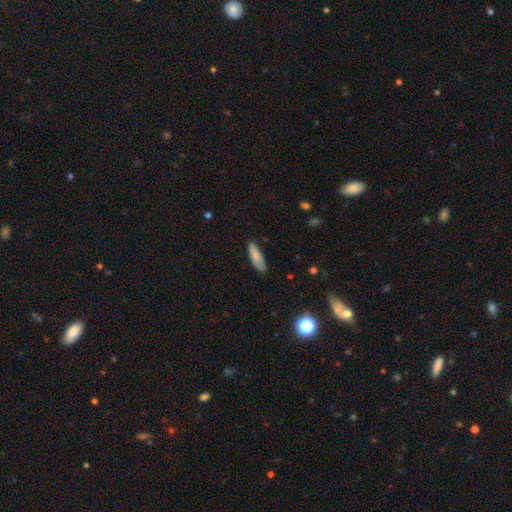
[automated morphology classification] This appears to be a smooth galaxy with no disk features (82%) that is cigar-shaped (53%). Merging: none (76%).